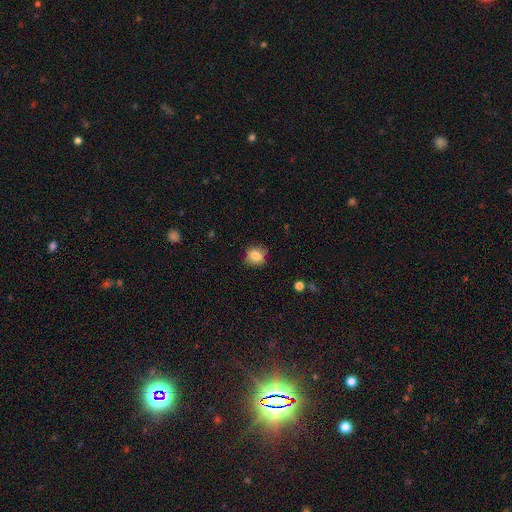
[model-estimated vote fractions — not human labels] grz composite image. It shows a smooth galaxy with no disk features (80%) that is round (74%). Merging: none (82%).